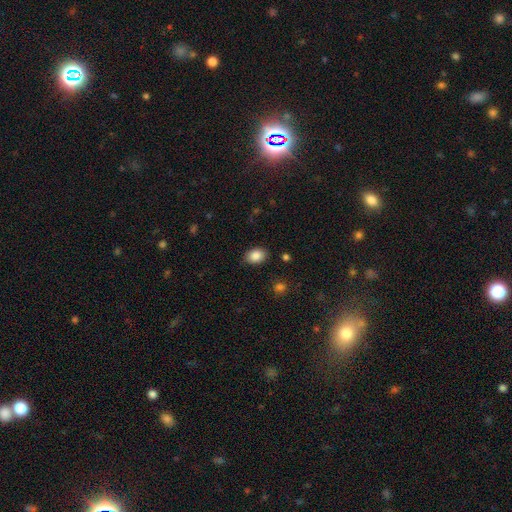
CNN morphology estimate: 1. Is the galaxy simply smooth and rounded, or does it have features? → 87% smooth, 8% star or artifact, 5% featured or disk.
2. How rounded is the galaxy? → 78% in between, 21% round, 1% cigar-shaped.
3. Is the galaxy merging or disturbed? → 86% none, 10% minor disturbance, 3% major disturbance, 1% merger.